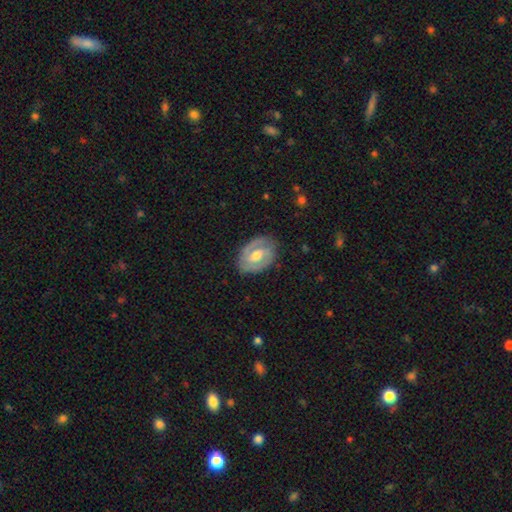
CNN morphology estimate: featured or disk 77%, smooth 18%, star or artifact 5%. Down the decision tree: edge-on disk — no (96%); bar — weak (50%); spiral arms — yes (84%); spiral arm count — 2 (81%); spiral winding — tight (49%); bulge size — moderate (71%); merging — none (80%).